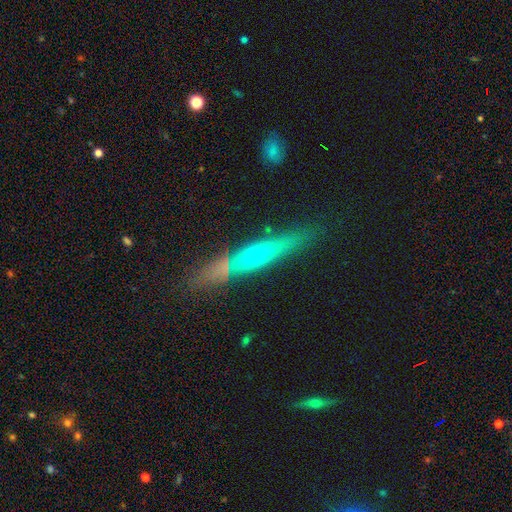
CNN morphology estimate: A featured or disk galaxy (57%) viewed edge-on (81%).

Vote fractions:
- Smooth or featured? featured or disk: 57% / smooth: 33% / star or artifact: 10%
- Edge-on disk? yes: 81% / no: 19%
- Merging? none: 68% / minor disturbance: 15% / merger: 13% / major disturbance: 5%